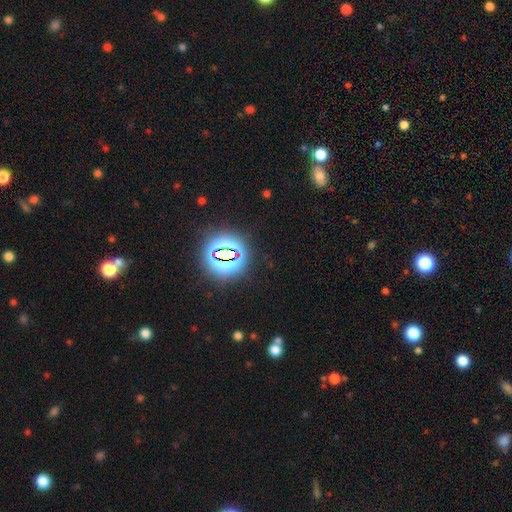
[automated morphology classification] Smooth or featured?
  - star or artifact: 78% *
  - smooth: 14%
  - featured or disk: 8%